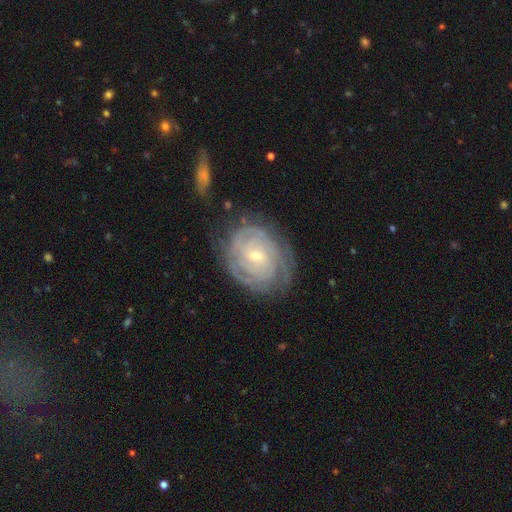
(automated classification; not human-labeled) featured or disk 84%, smooth 10%, star or artifact 6%. Down the decision tree: edge-on disk — no (97%); bar — no (57%); spiral arms — yes (95%); spiral arm count — can't tell (40%); spiral winding — tight (82%); bulge size — small (68%); merging — none (72%).